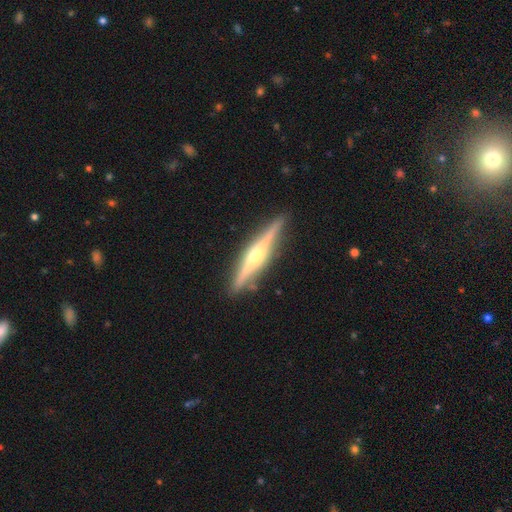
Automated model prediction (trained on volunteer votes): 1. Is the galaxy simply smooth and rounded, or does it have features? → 81% featured or disk, 14% smooth, 5% star or artifact.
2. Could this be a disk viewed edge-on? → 98% yes, 2% no.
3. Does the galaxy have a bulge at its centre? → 86% rounded, 7% boxy, 7% none.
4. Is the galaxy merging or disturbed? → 91% none, 7% minor disturbance, 1% major disturbance, 1% merger.